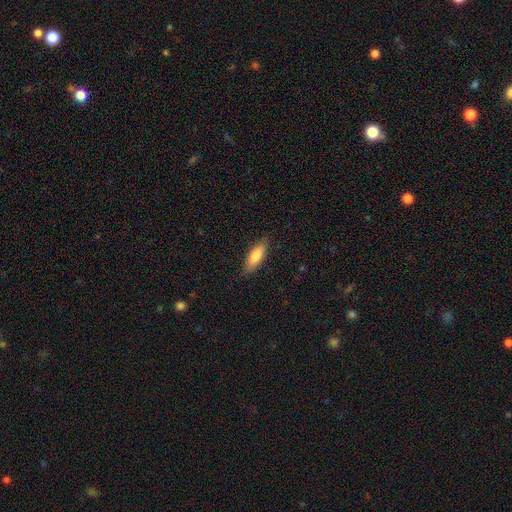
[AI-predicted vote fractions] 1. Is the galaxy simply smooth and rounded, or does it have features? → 76% smooth, 18% featured or disk, 6% star or artifact.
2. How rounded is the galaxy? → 56% in between, 42% cigar-shaped, 2% round.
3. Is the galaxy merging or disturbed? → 85% none, 12% minor disturbance, 2% major disturbance, 1% merger.